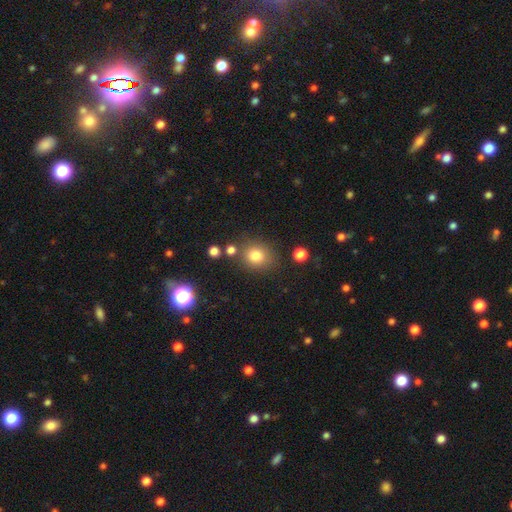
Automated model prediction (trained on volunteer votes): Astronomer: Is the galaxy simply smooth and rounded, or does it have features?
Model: smooth — 81%.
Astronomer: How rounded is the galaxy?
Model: round — 75%.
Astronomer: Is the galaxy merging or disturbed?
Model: none — 76%.